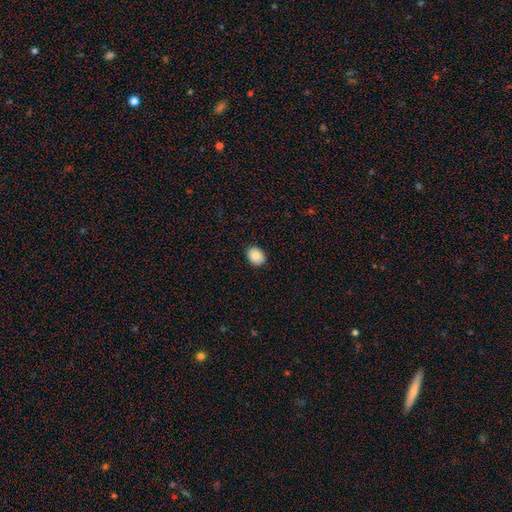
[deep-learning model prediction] A smooth galaxy with no disk features (84%) that is in between round and cigar-shaped (54%). Merging: none (89%).